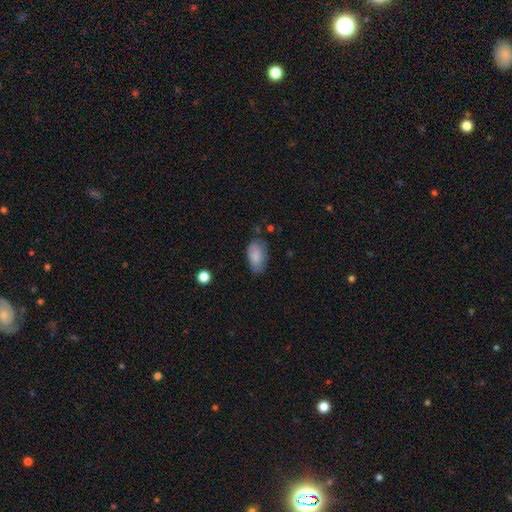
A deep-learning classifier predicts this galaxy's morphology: A smooth galaxy with no disk features (84%) that is in between round and cigar-shaped (93%).

Vote fractions:
- Smooth or featured? smooth: 84% / featured or disk: 9% / star or artifact: 7%
- How rounded? in between: 93% / round: 4% / cigar-shaped: 3%
- Merging? none: 68% / minor disturbance: 24% / major disturbance: 6% / merger: 2%